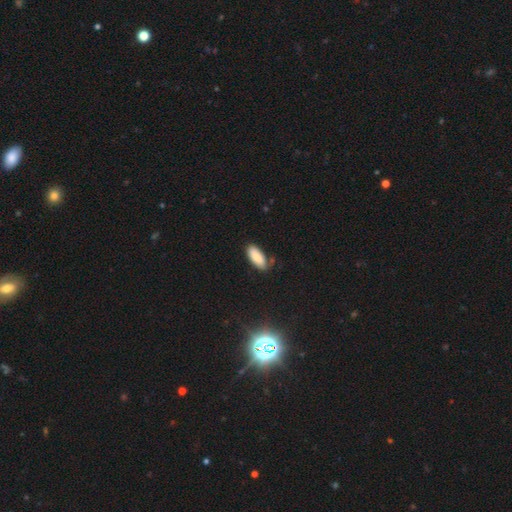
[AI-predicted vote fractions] This is clearly a smooth galaxy (87%). How rounded: clearly in between (86%). Merging: likely none (72%).